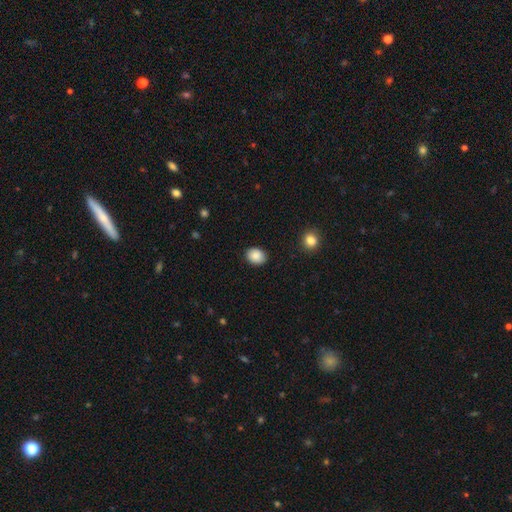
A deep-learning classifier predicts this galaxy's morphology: This is clearly a smooth galaxy (88%). How rounded: possibly in between (55%). Merging: clearly none (90%).